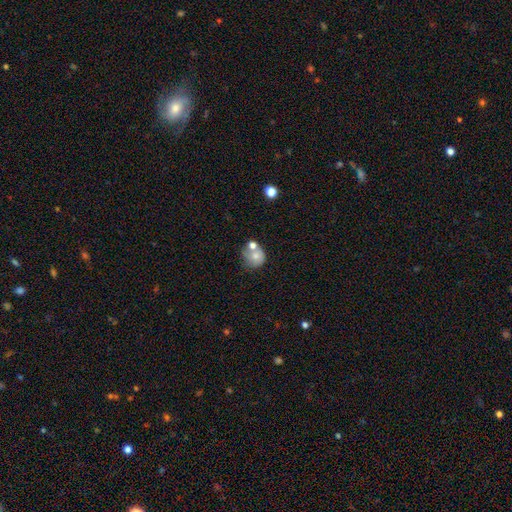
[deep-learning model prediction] Overall: smooth (70%). How rounded: round (81%). Merging: none (42%; merger 33%).